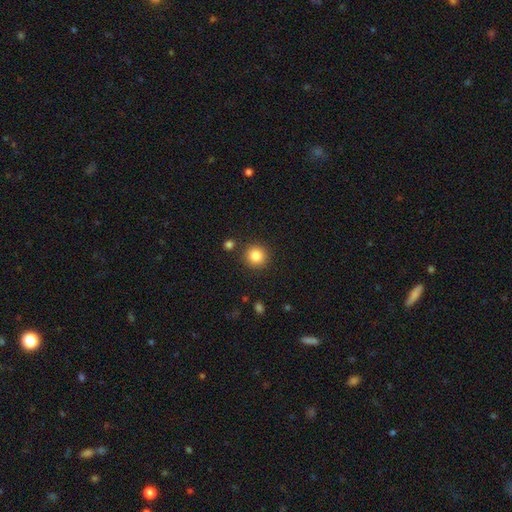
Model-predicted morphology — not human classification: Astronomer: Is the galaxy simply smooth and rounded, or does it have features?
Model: smooth — 85%.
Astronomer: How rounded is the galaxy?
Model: round — 94%.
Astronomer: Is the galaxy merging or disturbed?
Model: none — 88%.